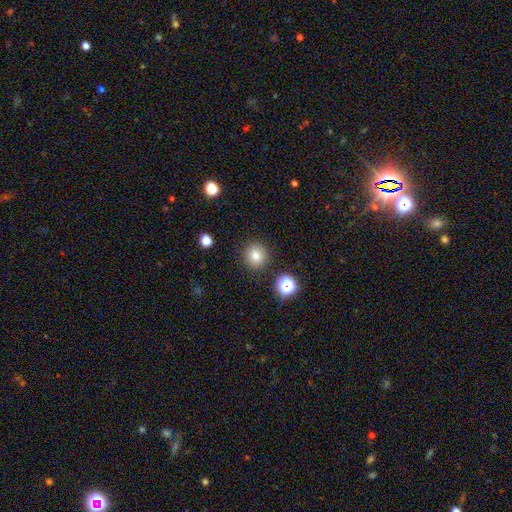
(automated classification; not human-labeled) Smooth or featured? Predicted: smooth (p=0.79). How rounded? Predicted: round (p=0.91). Merging? Predicted: none (p=0.88).